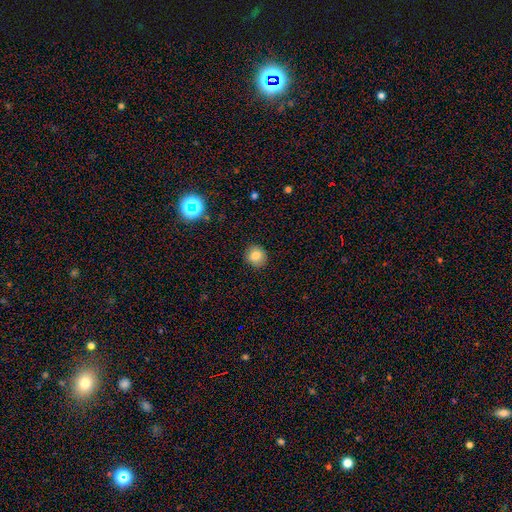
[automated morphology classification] type=smooth (82%); roundness=round (88%); merging=none (90%).